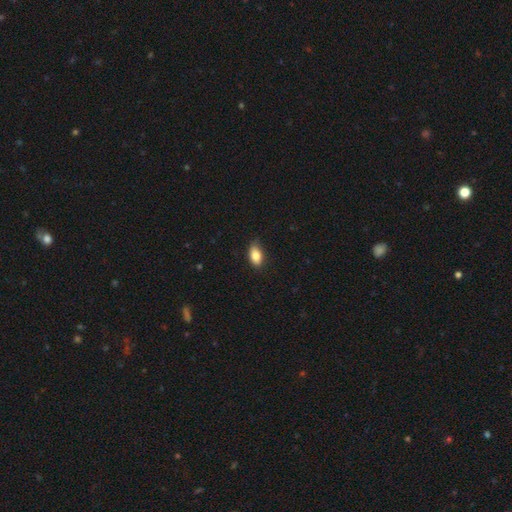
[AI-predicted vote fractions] smooth 84%, featured or disk 8%, star or artifact 8%. Down the decision tree: how rounded — in between (89%); merging — none (77%).